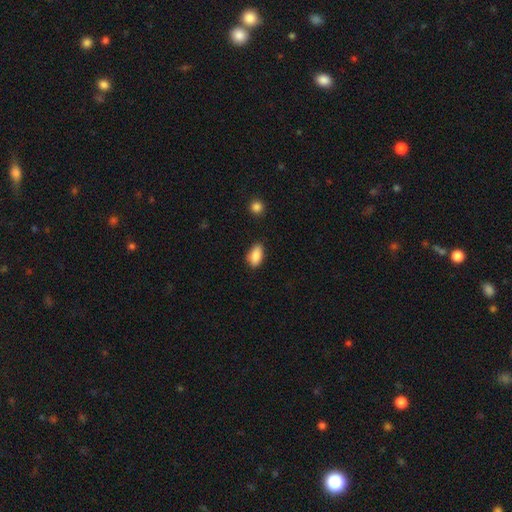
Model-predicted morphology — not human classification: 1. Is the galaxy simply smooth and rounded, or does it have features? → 88% smooth, 7% star or artifact, 5% featured or disk.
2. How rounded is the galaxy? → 91% in between, 5% round, 4% cigar-shaped.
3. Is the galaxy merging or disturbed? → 78% none, 17% minor disturbance, 3% major disturbance, 2% merger.